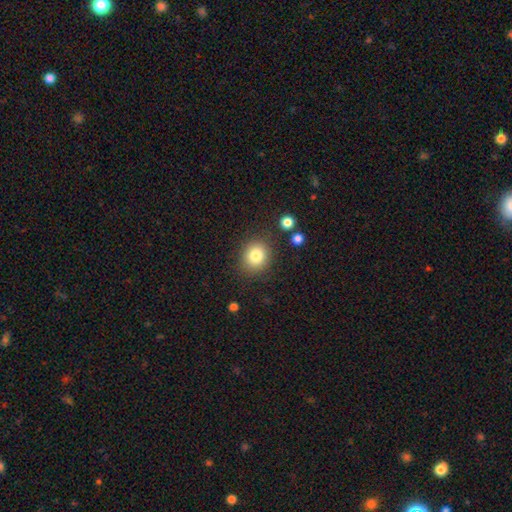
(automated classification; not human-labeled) smooth_or_featured: smooth (p=0.82) [alt: star or artifact p=0.11]
how_rounded: round (p=0.76) [alt: in between p=0.24]
merging: none (p=0.86) [alt: minor disturbance p=0.09]